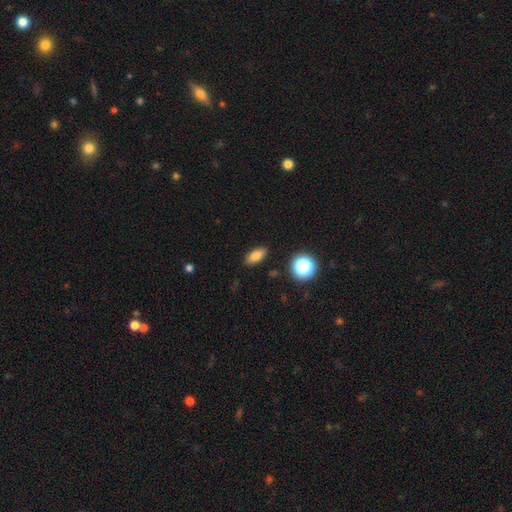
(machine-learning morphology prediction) smooth 76%, featured or disk 12%, star or artifact 12%. Down the decision tree: how rounded — in between (78%); merging — none (88%).